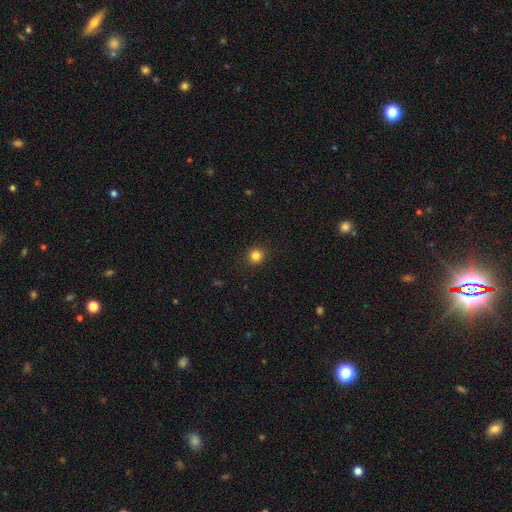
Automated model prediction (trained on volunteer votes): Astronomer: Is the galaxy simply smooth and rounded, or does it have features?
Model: smooth — 84%.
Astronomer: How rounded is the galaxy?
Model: round — 91%.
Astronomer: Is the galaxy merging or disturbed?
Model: none — 91%.